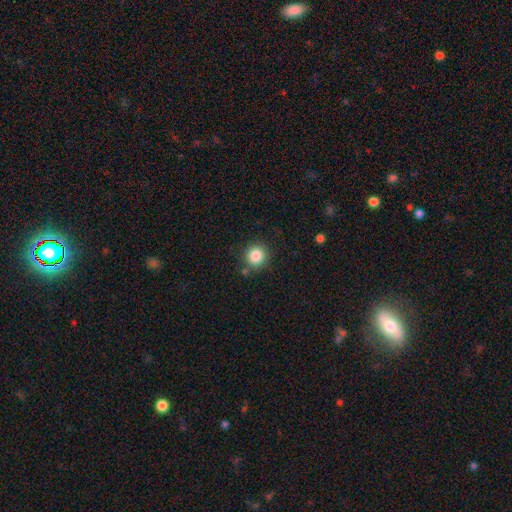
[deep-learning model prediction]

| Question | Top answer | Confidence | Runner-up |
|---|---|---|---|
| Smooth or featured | smooth | 85% | star or artifact (10%) |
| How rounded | round | 91% | in between (8%) |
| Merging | none | 84% | minor disturbance (9%) |